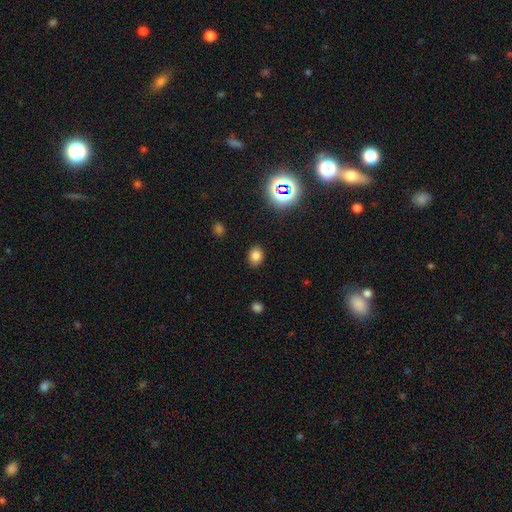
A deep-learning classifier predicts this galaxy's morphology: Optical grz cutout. It shows a smooth galaxy with no disk features (79%) that is in between round and cigar-shaped (54%). Merging: none (88%).